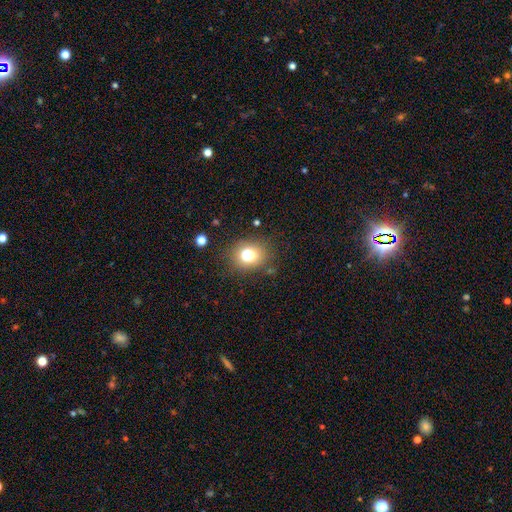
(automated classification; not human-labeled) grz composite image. It shows a smooth galaxy with no disk features (74%) that is round (70%). Merging: none (79%).